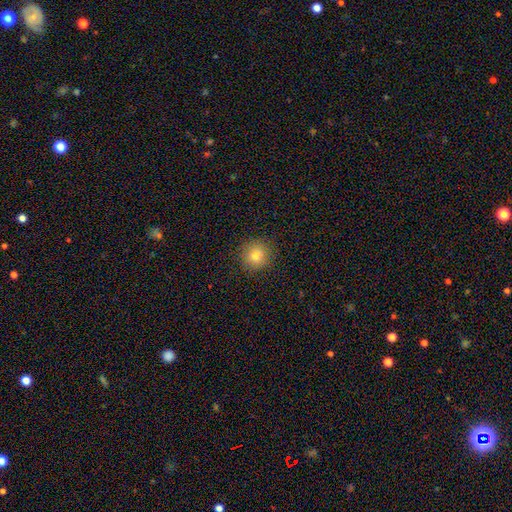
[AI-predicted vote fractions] smooth 79%, star or artifact 13%, featured or disk 8%. Down the decision tree: how rounded — round (92%); merging — none (90%).